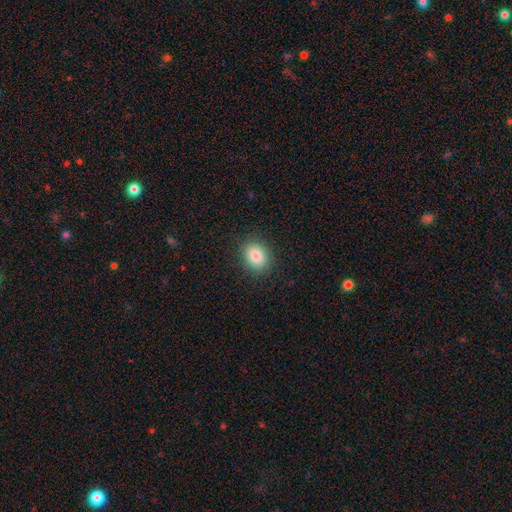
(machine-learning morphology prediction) Smooth or featured? smooth (85%)
How rounded? in between (51%)
Merging? none (89%)